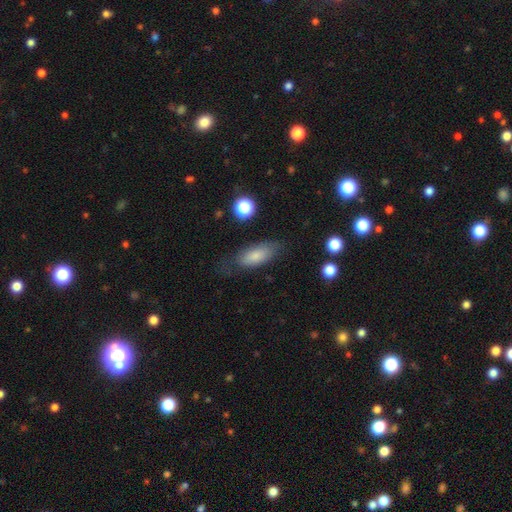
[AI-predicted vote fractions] smooth-or-featured: smooth: 76% | featured or disk: 16% | star or artifact: 8%
  how-rounded: in between: 82% | cigar-shaped: 15% | round: 3%
  merging: none: 66% | minor disturbance: 22% | major disturbance: 10% | merger: 2%